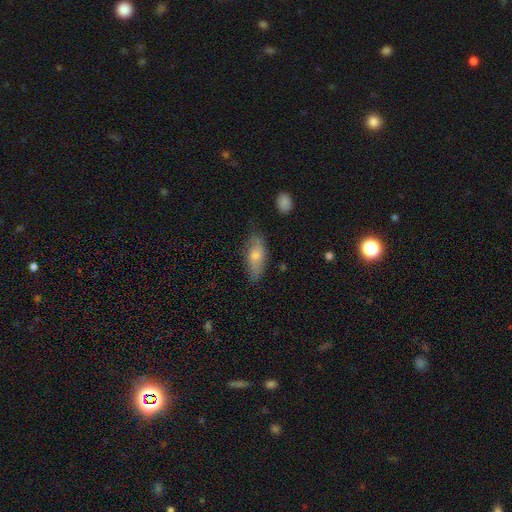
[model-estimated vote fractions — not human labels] This appears to be a smooth galaxy with no disk features (70%) that is in between round and cigar-shaped (78%). Merging: none (71%).